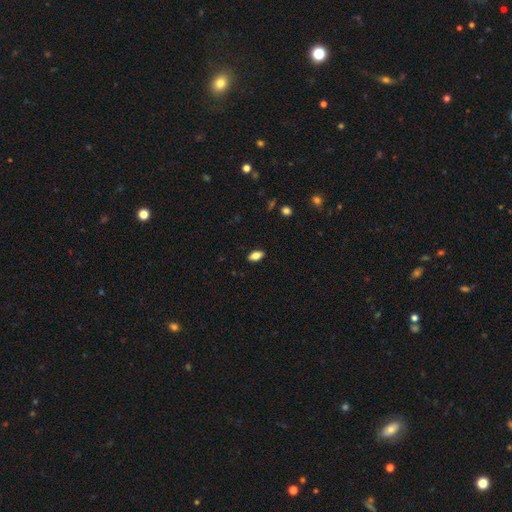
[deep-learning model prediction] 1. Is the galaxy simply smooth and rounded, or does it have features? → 82% smooth, 10% featured or disk, 8% star or artifact.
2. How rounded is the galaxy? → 90% in between, 6% cigar-shaped, 4% round.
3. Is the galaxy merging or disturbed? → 88% none, 9% minor disturbance, 2% major disturbance, 1% merger.